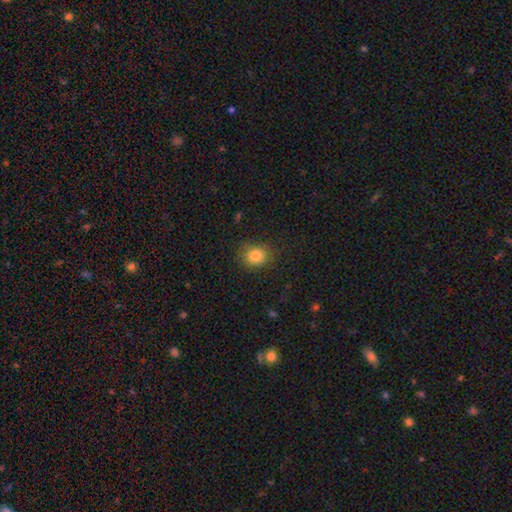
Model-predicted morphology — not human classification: type=smooth (82%); roundness=round (70%); merging=none (83%).